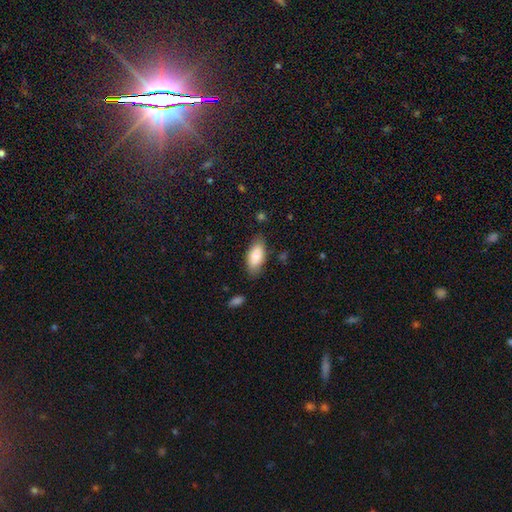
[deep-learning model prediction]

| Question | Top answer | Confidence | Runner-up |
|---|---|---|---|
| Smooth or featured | smooth | 80% | featured or disk (13%) |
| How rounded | in between | 89% | cigar-shaped (9%) |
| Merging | none | 80% | minor disturbance (15%) |